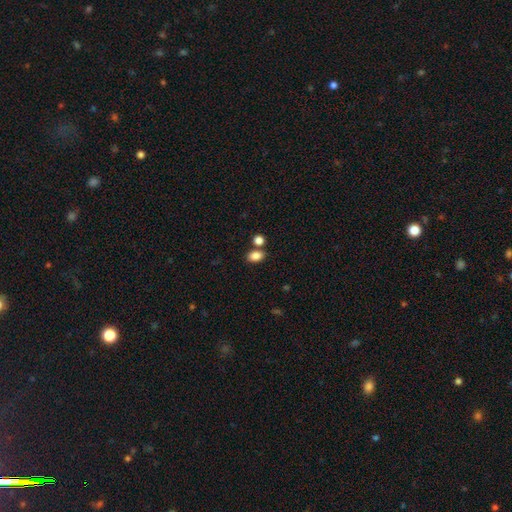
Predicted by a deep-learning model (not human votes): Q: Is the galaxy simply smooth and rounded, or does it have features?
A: smooth — 85%.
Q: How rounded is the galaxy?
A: in between — 81%.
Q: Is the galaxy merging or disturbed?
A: none — 67%.